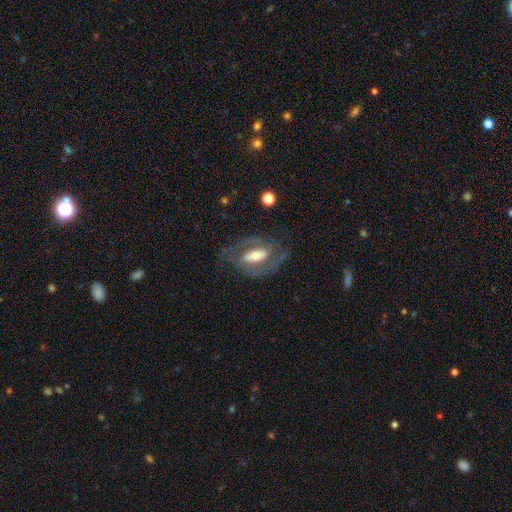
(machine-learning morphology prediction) type=featured or disk (74%); edge-on=no (92%); bar=weak (36%, tied with strong); spiral arms=yes (77%); winding=medium (46%); arm count=2 (76%); bulge=moderate (49%); merging=none (69%).